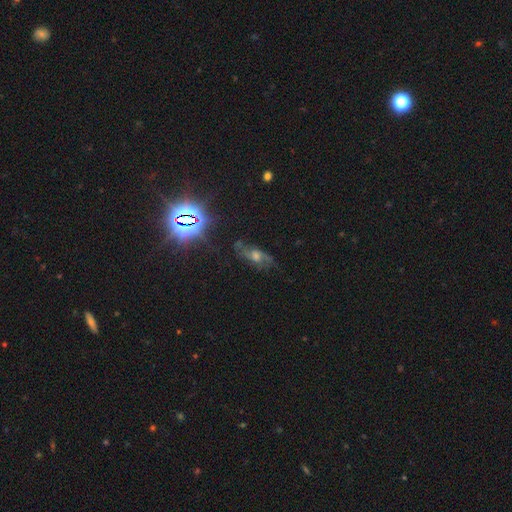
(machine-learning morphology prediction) This is possibly a featured or disk galaxy (50%). It is clearly not viewed edge-on (82%). Merging: likely none (67%).